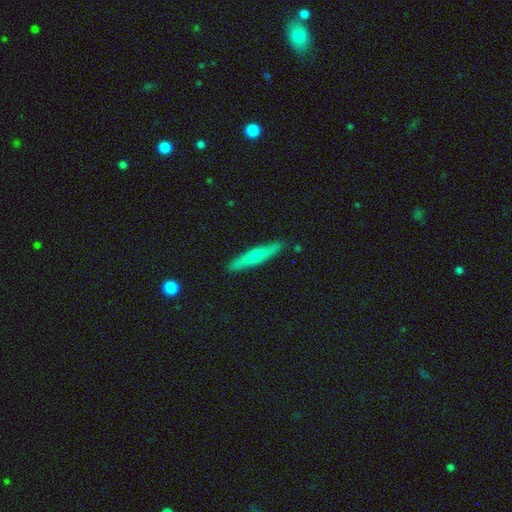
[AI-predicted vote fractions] smooth 53%, featured or disk 41%, star or artifact 6%. Down the decision tree: how rounded — cigar-shaped (90%); merging — none (88%).